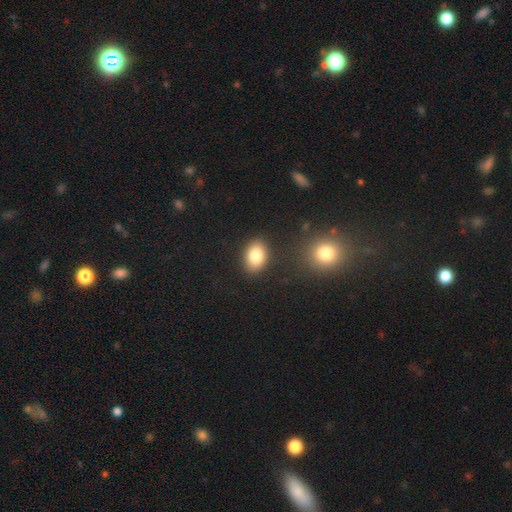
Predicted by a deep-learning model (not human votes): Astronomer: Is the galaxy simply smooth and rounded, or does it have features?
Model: smooth — 82%.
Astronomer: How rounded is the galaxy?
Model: in between — 81%.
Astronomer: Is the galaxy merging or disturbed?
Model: none — 87%.